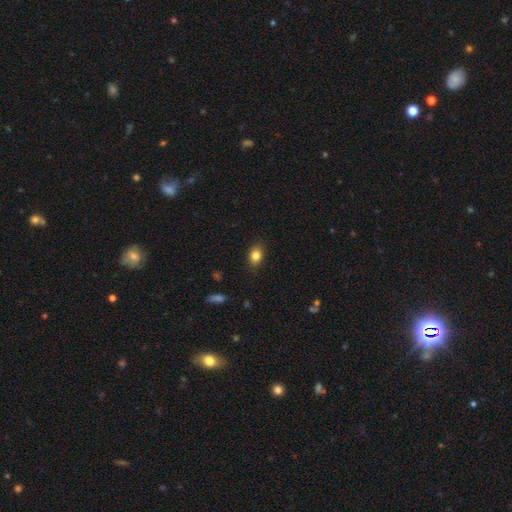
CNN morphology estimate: The model was most divided on "how rounded": in between: 72%, round: 26%, cigar-shaped: 2%. More confident: merging — none (86%); smooth or featured — smooth (83%).